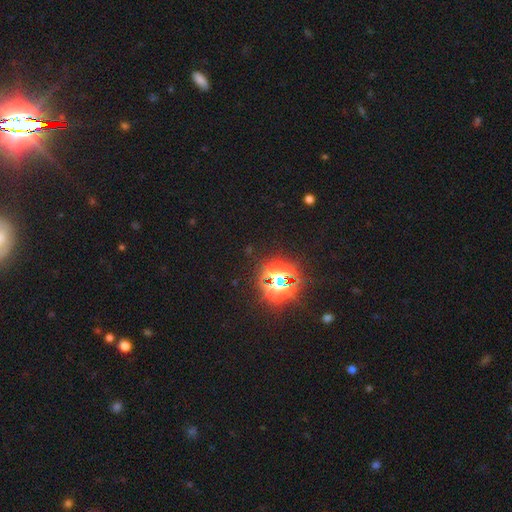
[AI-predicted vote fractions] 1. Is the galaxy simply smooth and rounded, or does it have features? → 82% star or artifact, 12% smooth, 6% featured or disk.